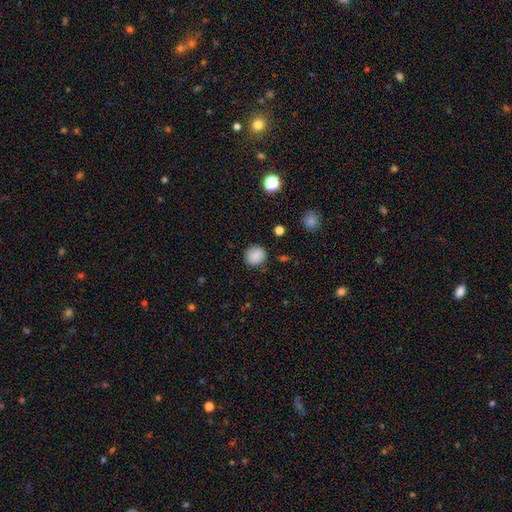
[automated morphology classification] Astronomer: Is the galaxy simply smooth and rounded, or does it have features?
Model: smooth — 84%.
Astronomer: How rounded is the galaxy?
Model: round — 87%.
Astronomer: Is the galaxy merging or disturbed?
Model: none — 84%.